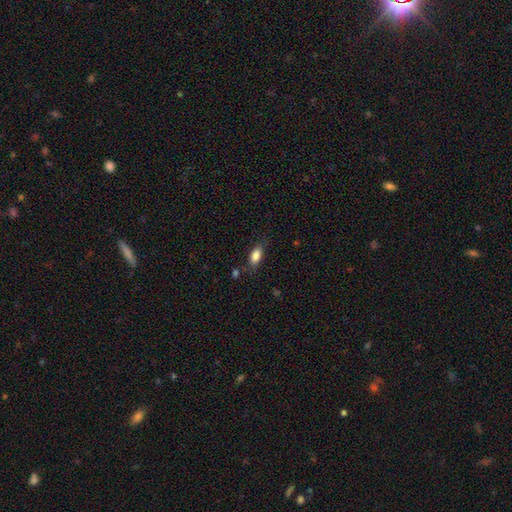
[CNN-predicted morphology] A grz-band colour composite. It shows a smooth galaxy with no disk features (85%) that is in between round and cigar-shaped (87%). Merging: none (76%).